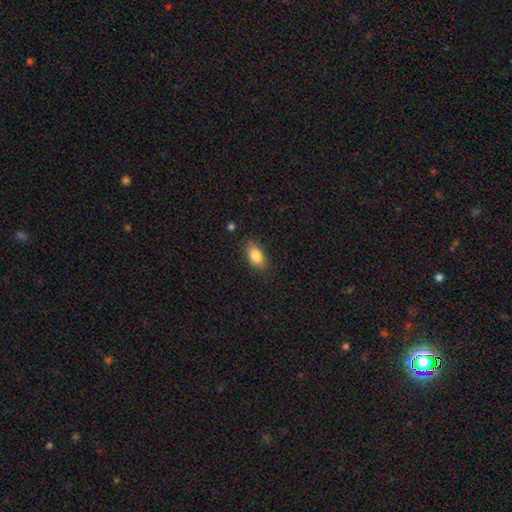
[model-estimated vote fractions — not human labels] Overall: smooth (85%). How rounded: in between (88%). Merging: none (84%).